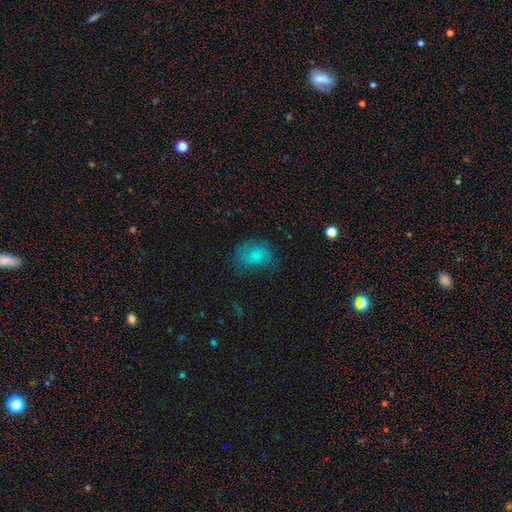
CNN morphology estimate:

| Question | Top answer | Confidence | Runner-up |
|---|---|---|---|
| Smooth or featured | smooth | 59% | featured or disk (31%) |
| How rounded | in between | 55% | round (43%) |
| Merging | none | 58% | minor disturbance (25%) |